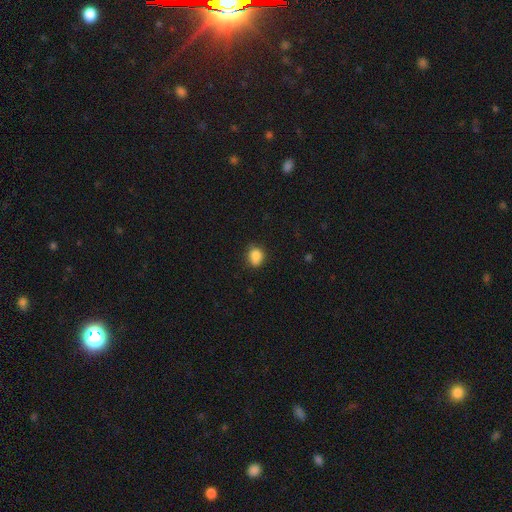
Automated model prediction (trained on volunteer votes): Morphology: type=smooth (83%); roundness=round (60%); merging=none (67%).